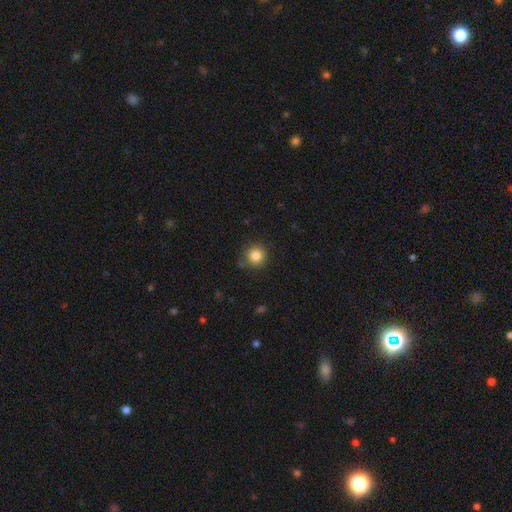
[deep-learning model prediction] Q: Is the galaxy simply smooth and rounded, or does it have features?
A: smooth — 84%.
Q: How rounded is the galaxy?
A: round — 94%.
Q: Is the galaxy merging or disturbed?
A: none — 85%.